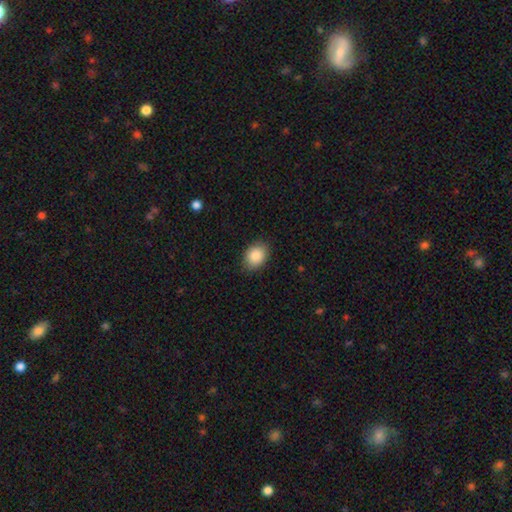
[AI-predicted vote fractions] Smooth or featured?
  - smooth: 88% *
  - star or artifact: 8%
  - featured or disk: 5%
How rounded?
  - in between: 69% *
  - round: 30%
  - cigar-shaped: 1%
Merging?
  - none: 87% *
  - minor disturbance: 9%
  - major disturbance: 2%
  - merger: 1%